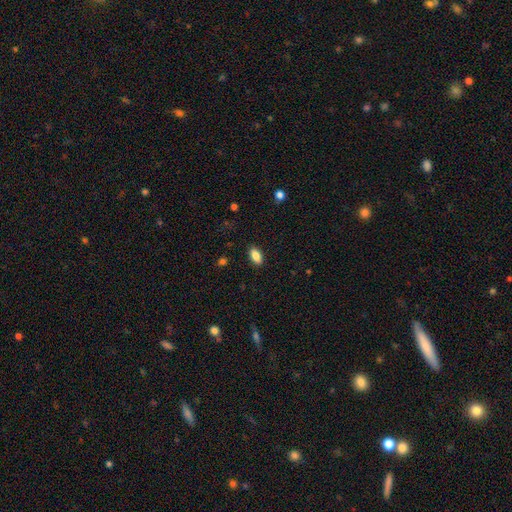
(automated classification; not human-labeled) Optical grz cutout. It shows a smooth galaxy with no disk features (85%) that is in between round and cigar-shaped (90%). Merging: none (88%).